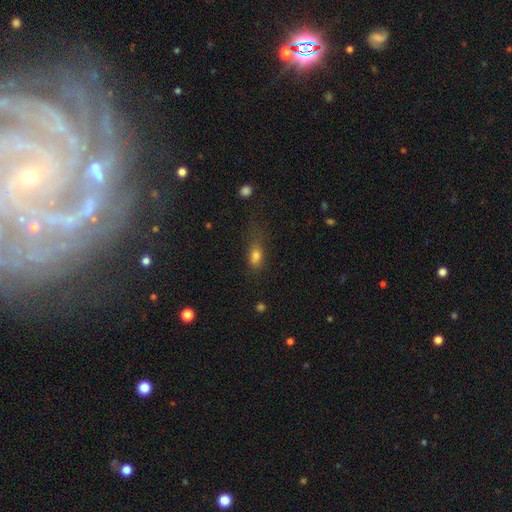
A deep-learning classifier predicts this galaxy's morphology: smooth-or-featured: smooth: 77% | star or artifact: 12% | featured or disk: 11%
  how-rounded: in between: 74% | cigar-shaped: 14% | round: 11%
  merging: none: 40% | major disturbance: 29% | minor disturbance: 27% | merger: 4%